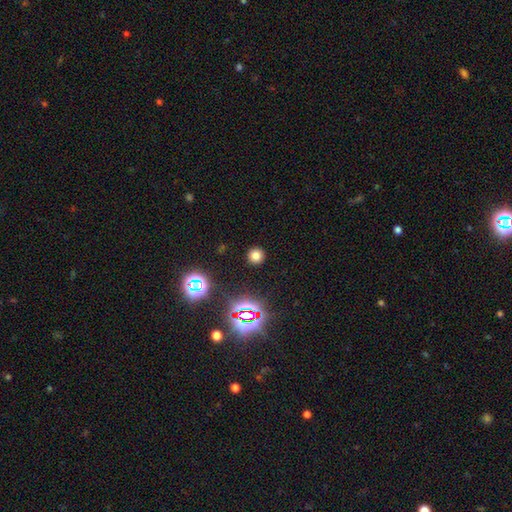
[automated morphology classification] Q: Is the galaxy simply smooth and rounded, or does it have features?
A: smooth — 72%.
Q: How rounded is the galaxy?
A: round — 93%.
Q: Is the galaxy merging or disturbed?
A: none — 92%.